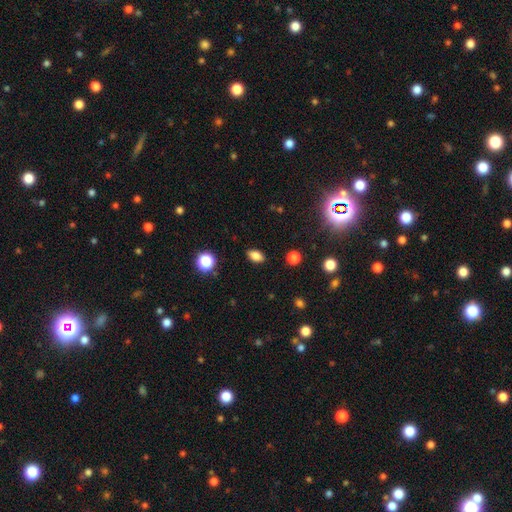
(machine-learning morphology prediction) A smooth galaxy with no disk features (82%) that is in between round and cigar-shaped (87%). Merging: none (88%).